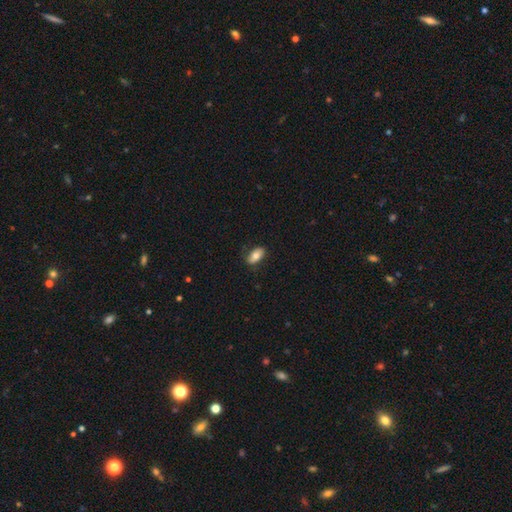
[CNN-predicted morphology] A smooth galaxy with no disk features (75%) that is in between round and cigar-shaped (89%). Merging: none (82%).